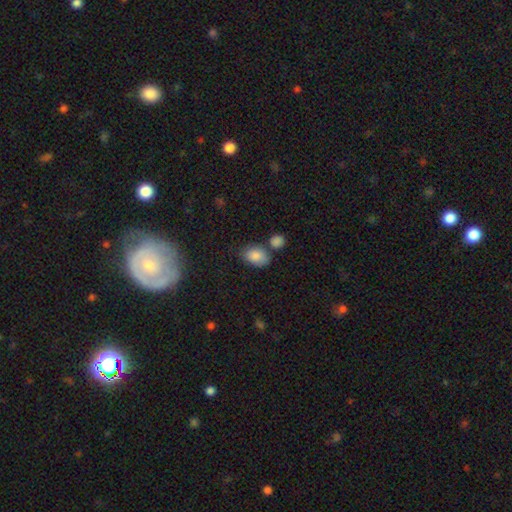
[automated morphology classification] smooth-or-featured: smooth: 85% | star or artifact: 8% | featured or disk: 7%
  how-rounded: in between: 84% | round: 15% | cigar-shaped: 1%
  merging: none: 62% | minor disturbance: 18% | merger: 15% | major disturbance: 5%